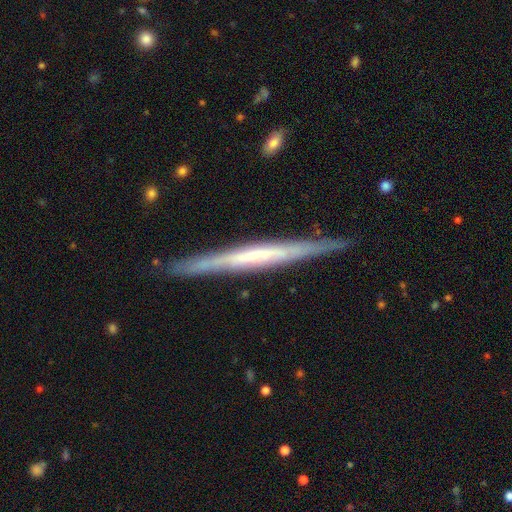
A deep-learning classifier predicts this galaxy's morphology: Smooth or featured? featured or disk (68%)
Edge-on disk? yes (96%)
Edge-on bulge? none (72%)
Merging? none (88%)